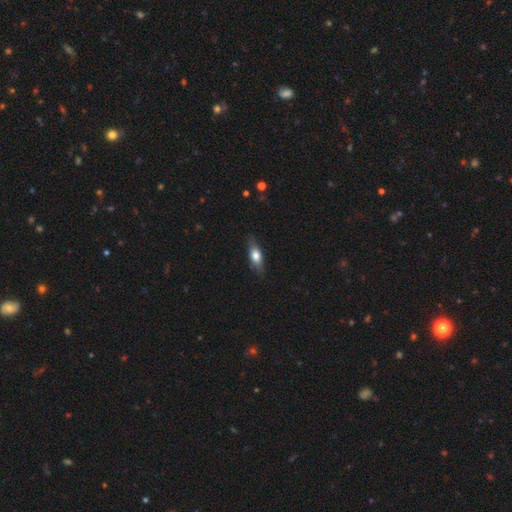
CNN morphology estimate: Smooth or featured? smooth (66%)
How rounded? in between (65%)
Merging? none (82%)